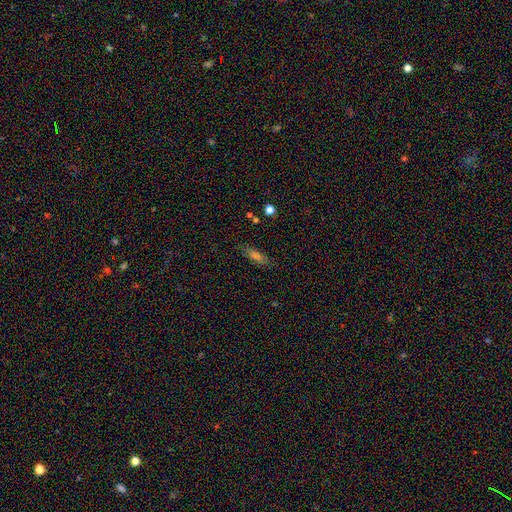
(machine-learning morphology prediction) type=smooth (59%); roundness=cigar-shaped (51%); merging=none (82%).